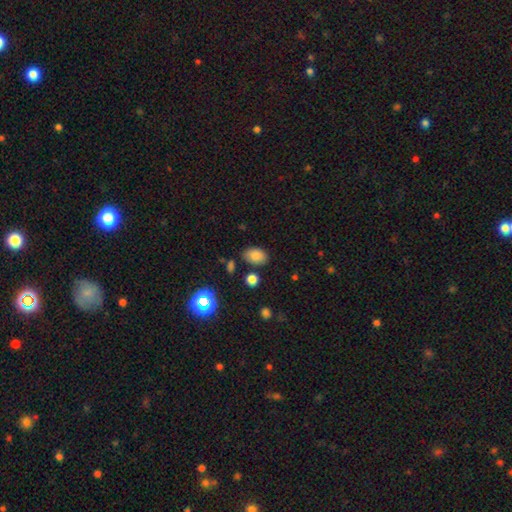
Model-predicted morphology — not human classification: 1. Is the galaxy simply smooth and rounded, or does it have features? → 81% smooth, 12% star or artifact, 6% featured or disk.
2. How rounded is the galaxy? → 87% in between, 12% round, 1% cigar-shaped.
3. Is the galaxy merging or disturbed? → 78% none, 13% minor disturbance, 5% merger, 4% major disturbance.